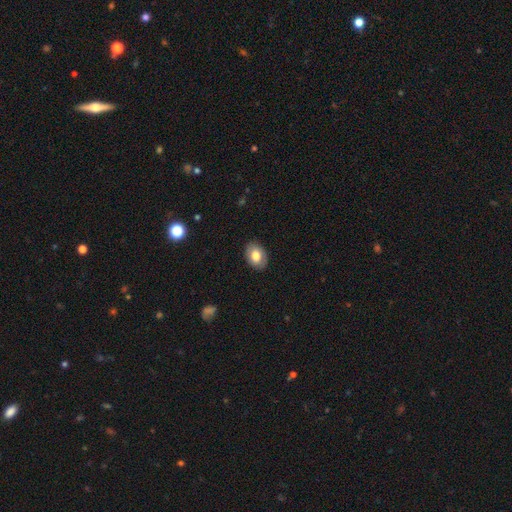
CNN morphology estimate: A smooth galaxy with no disk features (77%) that is in between round and cigar-shaped (80%).

Vote fractions:
- Smooth or featured? smooth: 77% / featured or disk: 16% / star or artifact: 7%
- How rounded? in between: 80% / round: 19% / cigar-shaped: 1%
- Merging? none: 87% / minor disturbance: 10% / major disturbance: 2% / merger: 1%